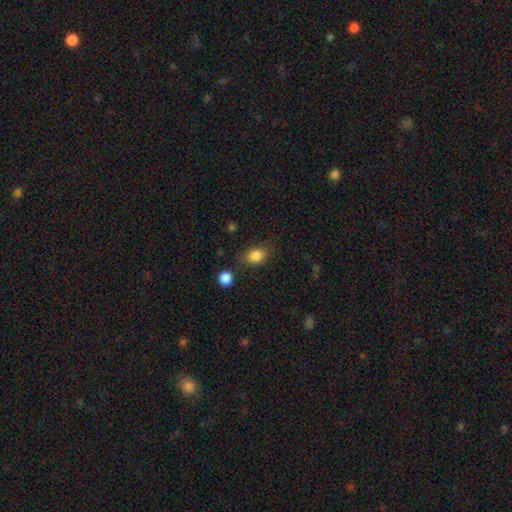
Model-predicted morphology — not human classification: smooth 84%, star or artifact 10%, featured or disk 6%. Down the decision tree: how rounded — in between (57%); merging — none (67%).